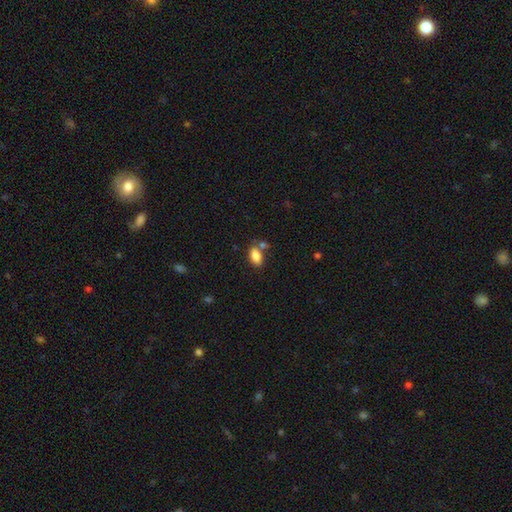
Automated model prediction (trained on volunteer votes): smooth-or-featured: smooth: 84% | star or artifact: 8% | featured or disk: 7%
  how-rounded: in between: 91% | round: 5% | cigar-shaped: 4%
  merging: none: 62% | merger: 20% | minor disturbance: 14% | major disturbance: 4%